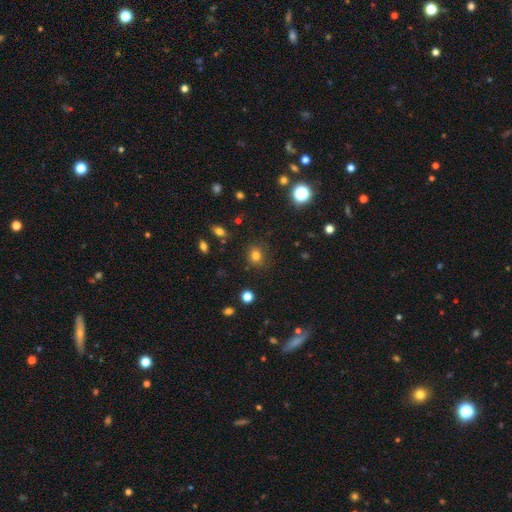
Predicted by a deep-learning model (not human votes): Overall: smooth (77%). How rounded: round (77%). Merging: none (81%).